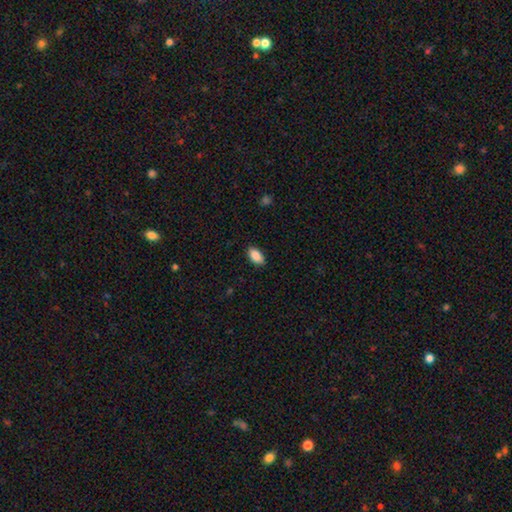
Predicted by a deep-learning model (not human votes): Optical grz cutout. It shows a smooth galaxy with no disk features (89%) that is in between round and cigar-shaped (93%). Merging: none (86%).